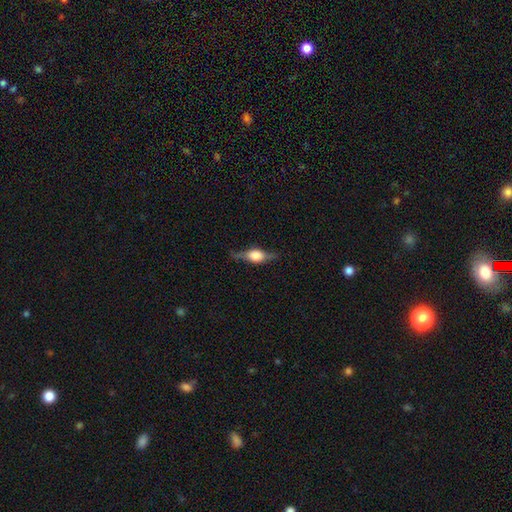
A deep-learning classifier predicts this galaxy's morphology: A featured or disk galaxy (60%) viewed edge-on (93%) with a rounded central bulge (87%).

Vote fractions:
- Smooth or featured? featured or disk: 60% / smooth: 32% / star or artifact: 7%
- Edge-on disk? yes: 93% / no: 7%
- Edge-on bulge? rounded: 87% / boxy: 12% / none: 2%
- Merging? none: 74% / minor disturbance: 18% / major disturbance: 6% / merger: 1%